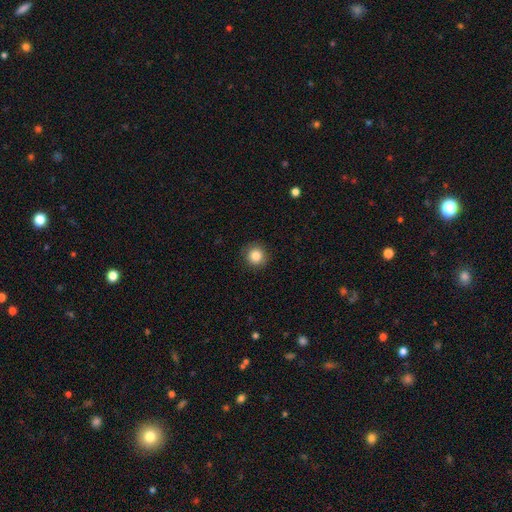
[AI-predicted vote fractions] A smooth galaxy with no disk features (85%) that is round (94%). Merging: none (89%).